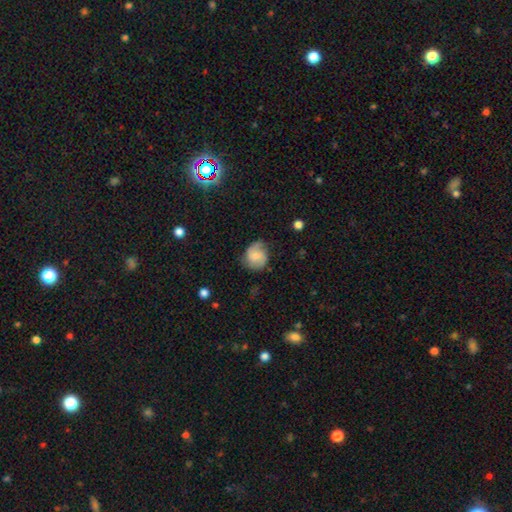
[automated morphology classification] Smooth or featured? Predicted: smooth (p=0.47). Merging? Predicted: none (p=0.65).